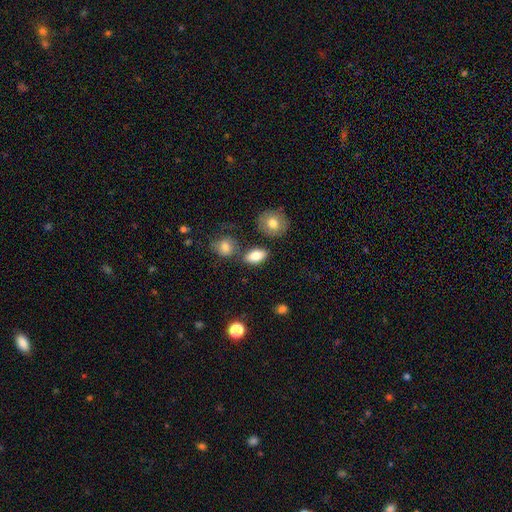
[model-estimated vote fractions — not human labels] Overall: smooth (84%). How rounded: in between (87%). Merging: none (75%).